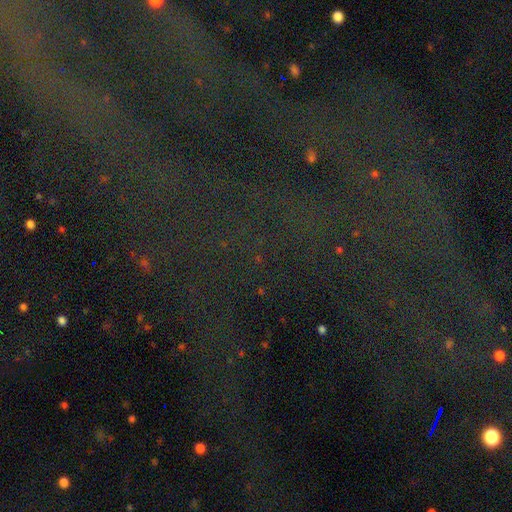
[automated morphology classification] Smooth or featured: star or artifact — 79% (featured or disk — 12%)